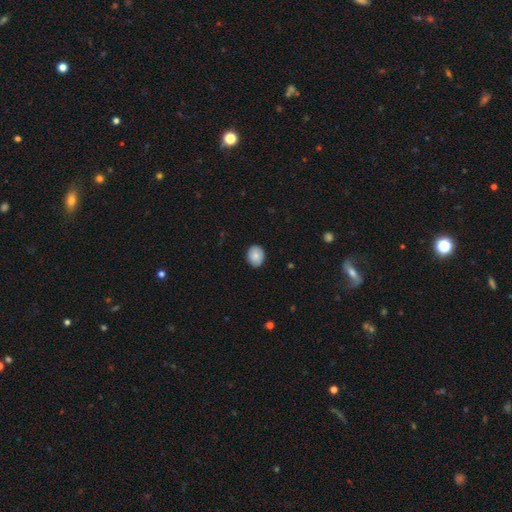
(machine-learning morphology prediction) This is clearly a smooth galaxy (81%). How rounded: possibly round (55%). Merging: clearly none (84%).